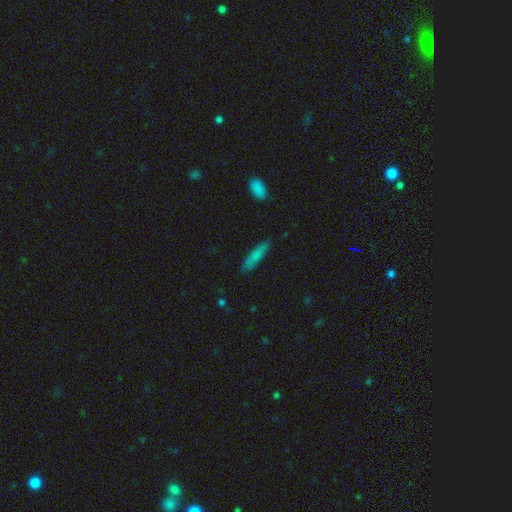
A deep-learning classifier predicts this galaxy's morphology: This appears to be a smooth galaxy with no disk features (77%) that is cigar-shaped (83%). Merging: none (84%).